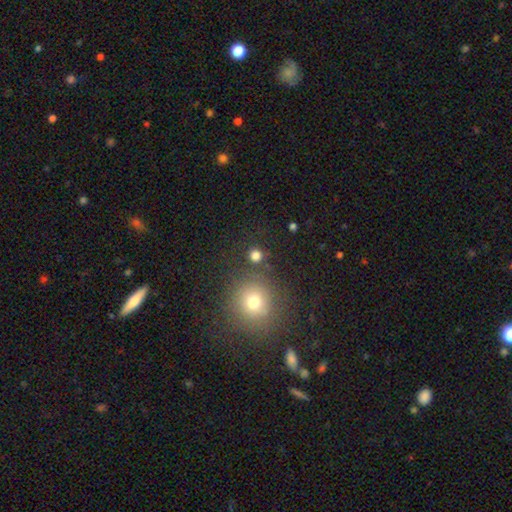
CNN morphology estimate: Smooth or featured: smooth — 77% (star or artifact — 17%)
How rounded: round — 92% (in between — 7%)
Merging: none — 83% (merger — 7%)